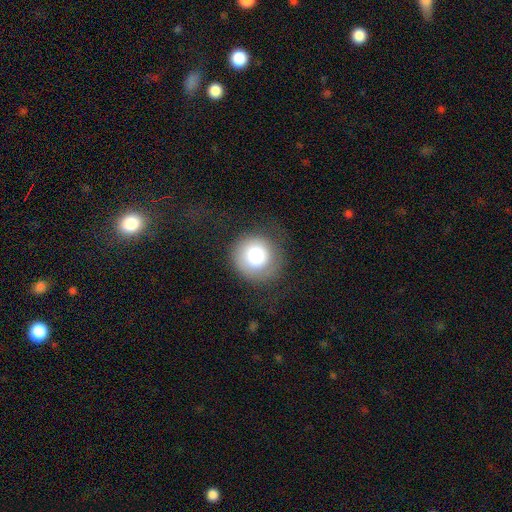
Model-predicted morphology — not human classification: A smooth galaxy with no disk features (77%) that is round (94%).

Vote fractions:
- Smooth or featured? smooth: 77% / featured or disk: 14% / star or artifact: 9%
- How rounded? round: 94% / in between: 6% / cigar-shaped: 1%
- Merging? none: 71% / minor disturbance: 16% / major disturbance: 12% / merger: 1%